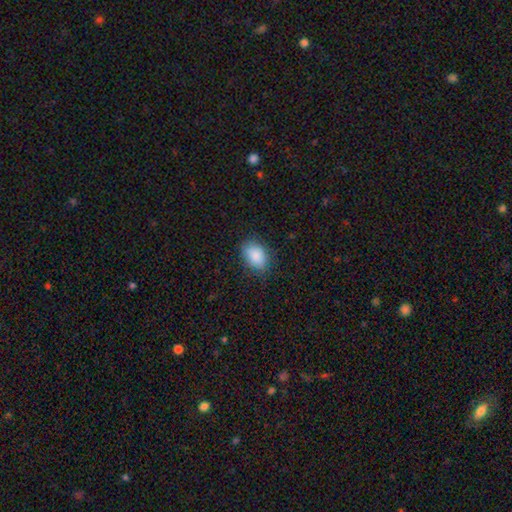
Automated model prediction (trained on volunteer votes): Q: Smooth or featured?
A: smooth (87%); runner-up: star or artifact (7%)
Q: How rounded?
A: in between (85%); runner-up: round (14%)
Q: Merging?
A: none (81%); runner-up: minor disturbance (14%)